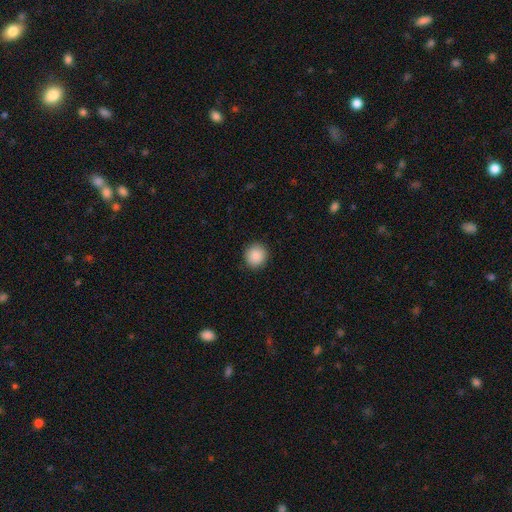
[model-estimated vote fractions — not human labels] Smooth or featured? Predicted: smooth (p=0.89). How rounded? Predicted: round (p=0.88). Merging? Predicted: none (p=0.91).